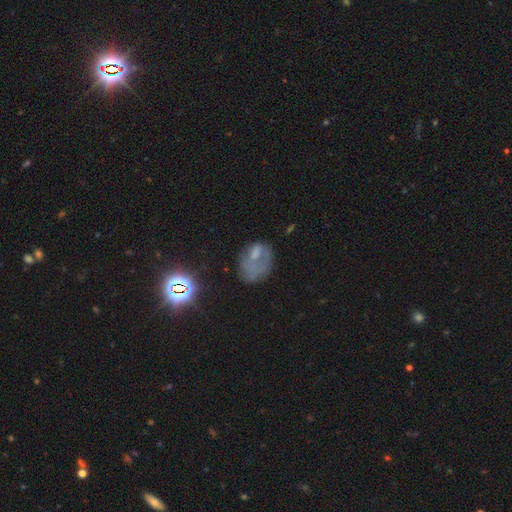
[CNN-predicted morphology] smooth-or-featured: smooth: 41% | featured or disk: 34% | star or artifact: 25%
  merging: none: 38% | major disturbance: 32% | minor disturbance: 24% | merger: 7%